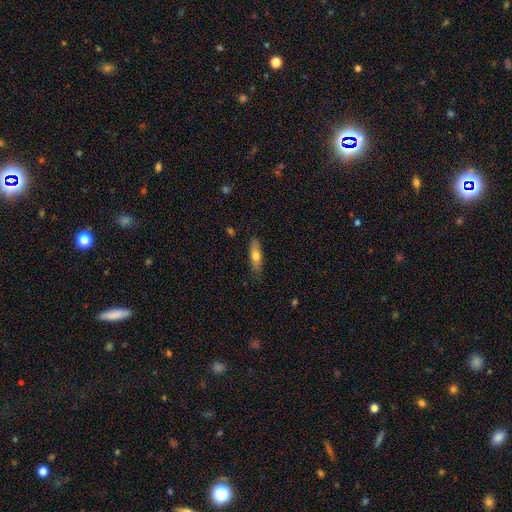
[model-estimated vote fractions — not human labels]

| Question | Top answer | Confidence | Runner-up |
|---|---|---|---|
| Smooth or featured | smooth | 63% | featured or disk (30%) |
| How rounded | cigar-shaped | 54% | in between (43%) |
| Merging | none | 82% | minor disturbance (14%) |